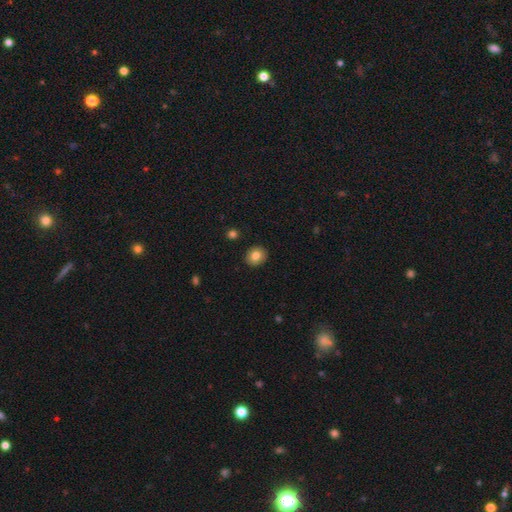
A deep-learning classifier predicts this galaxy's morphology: smooth 81%, featured or disk 10%, star or artifact 9%. Down the decision tree: how rounded — round (78%); merging — none (91%).